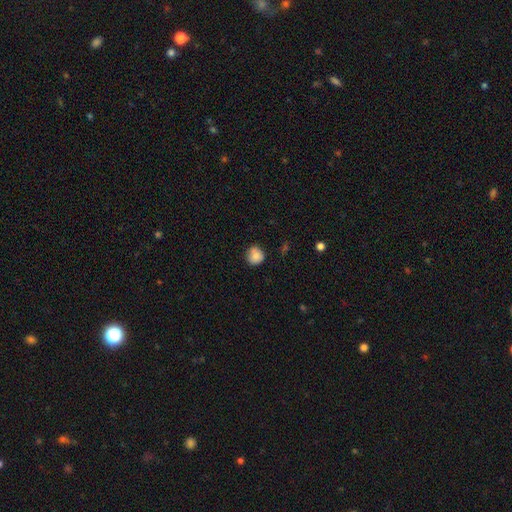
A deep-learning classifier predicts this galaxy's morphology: Smooth or featured? Predicted: smooth (p=0.84). How rounded? Predicted: round (p=0.86). Merging? Predicted: none (p=0.72).